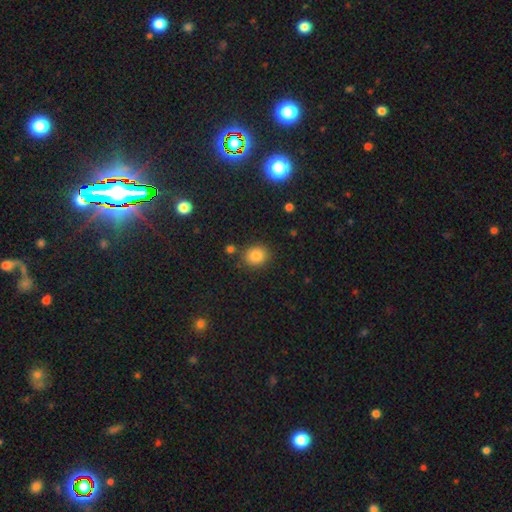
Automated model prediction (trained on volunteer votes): smooth_or_featured: smooth (p=0.83) [alt: star or artifact p=0.11]
how_rounded: round (p=0.78) [alt: in between p=0.21]
merging: none (p=0.83) [alt: minor disturbance p=0.09]